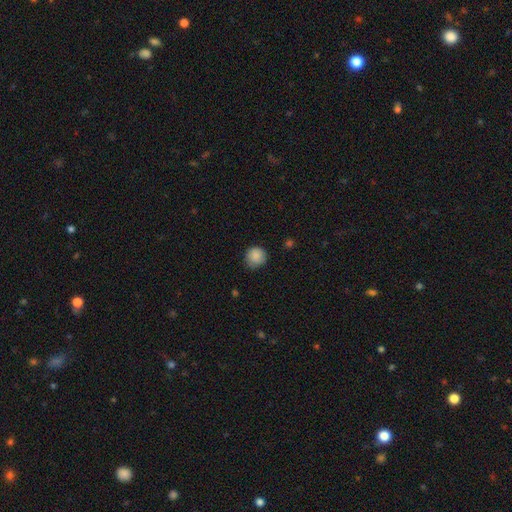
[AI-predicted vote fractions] Smooth or featured?
  - smooth: 88% *
  - star or artifact: 8%
  - featured or disk: 4%
How rounded?
  - round: 91% *
  - in between: 9%
  - cigar-shaped: 1%
Merging?
  - none: 77% *
  - minor disturbance: 19%
  - major disturbance: 3%
  - merger: 1%